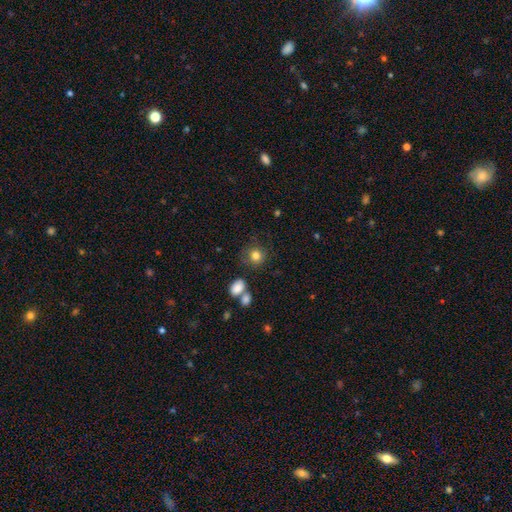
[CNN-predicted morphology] smooth 82%, star or artifact 11%, featured or disk 7%. Down the decision tree: how rounded — round (86%); merging — none (75%).